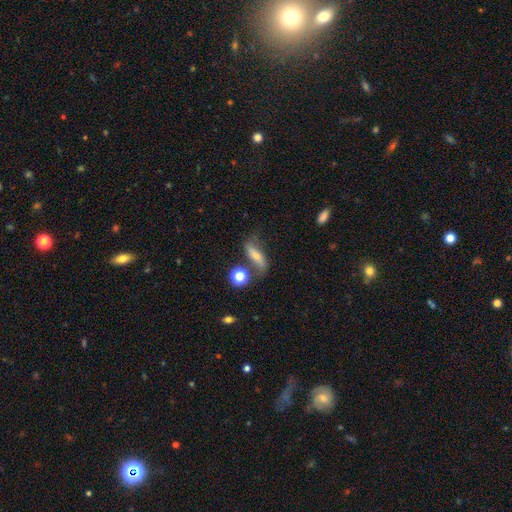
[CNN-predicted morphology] smooth-or-featured: smooth: 49% | featured or disk: 39% | star or artifact: 12%
  merging: none: 53% | minor disturbance: 22% | major disturbance: 13% | merger: 12%